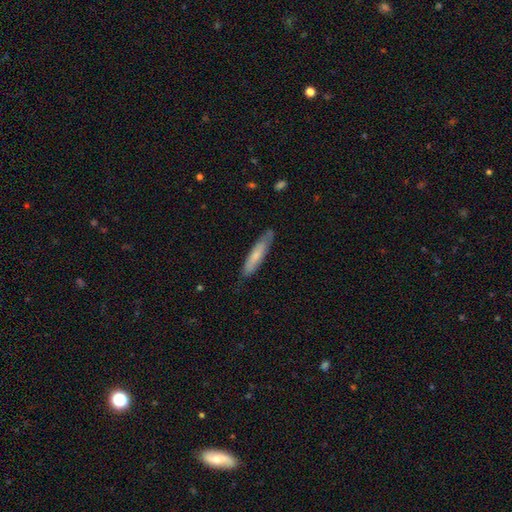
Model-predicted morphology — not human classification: The model was most divided on "smooth or featured": smooth: 62%, featured or disk: 32%, star or artifact: 6%. More confident: how rounded — cigar-shaped (86%); merging — none (79%).